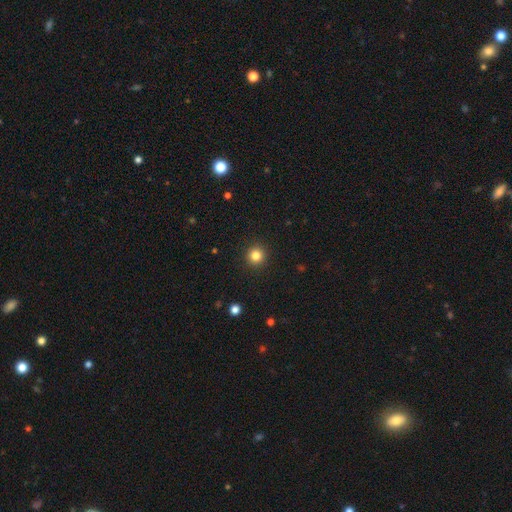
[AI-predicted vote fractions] Morphology: type=smooth (83%); roundness=round (96%); merging=none (93%).